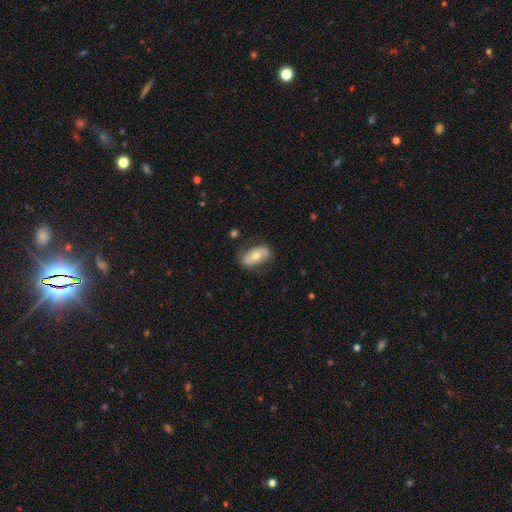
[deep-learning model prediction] This is possibly a smooth galaxy (51%). How rounded: clearly in between (90%). Merging: likely none (74%).